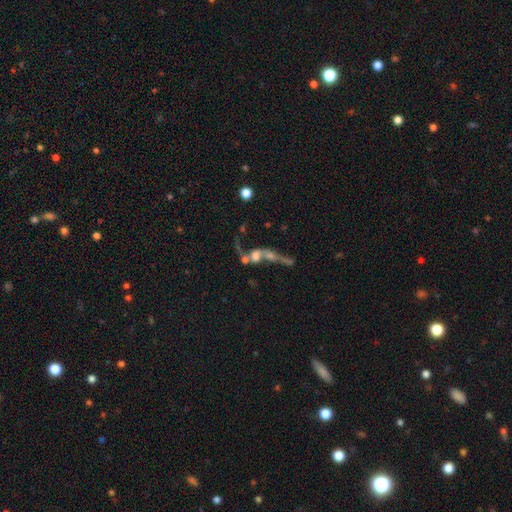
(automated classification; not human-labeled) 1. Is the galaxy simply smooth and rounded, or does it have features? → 52% featured or disk, 32% smooth, 16% star or artifact.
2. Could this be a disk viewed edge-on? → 87% no, 13% yes.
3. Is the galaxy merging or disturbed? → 64% merger, 16% major disturbance, 14% none, 6% minor disturbance.